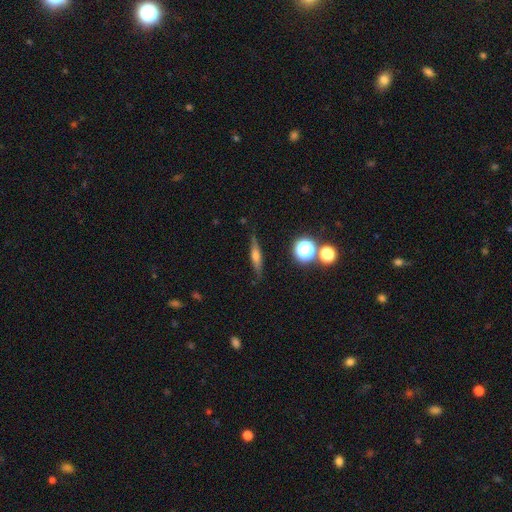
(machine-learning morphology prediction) This is possibly a featured or disk galaxy (48%). Merging: clearly none (83%).